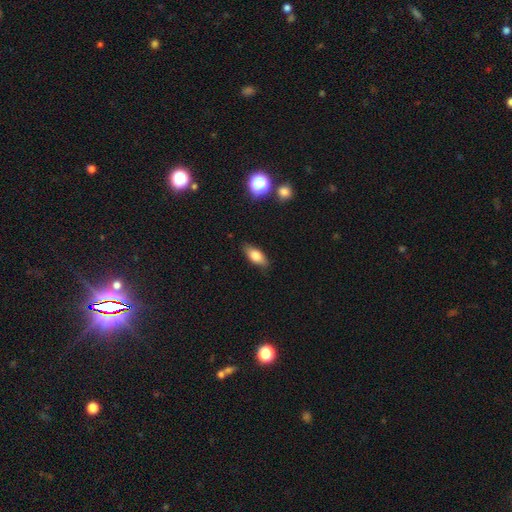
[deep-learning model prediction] smooth_or_featured: smooth (p=0.76) [alt: featured or disk p=0.16]
how_rounded: in between (p=0.80) [alt: cigar-shaped p=0.16]
merging: none (p=0.85) [alt: minor disturbance p=0.11]